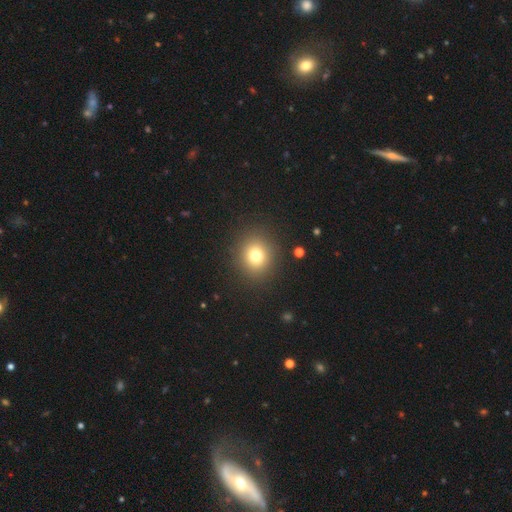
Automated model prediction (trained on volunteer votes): smooth 75%, star or artifact 15%, featured or disk 10%. Down the decision tree: how rounded — round (84%); merging — none (90%).